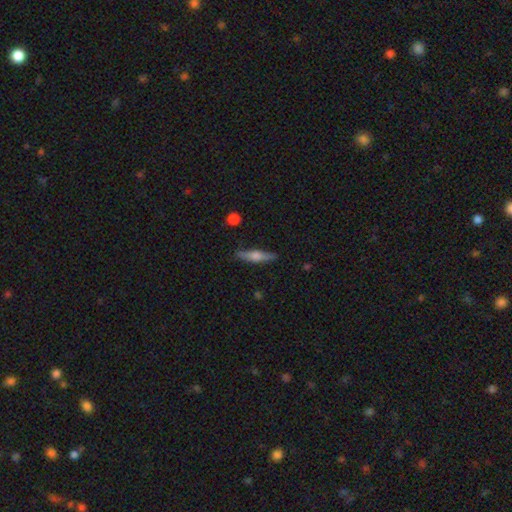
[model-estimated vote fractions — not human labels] The model was most divided on "smooth or featured": featured or disk: 54%, smooth: 39%, star or artifact: 6%. More confident: edge-on disk — yes (96%); merging — none (87%); edge-on bulge — rounded (84%).